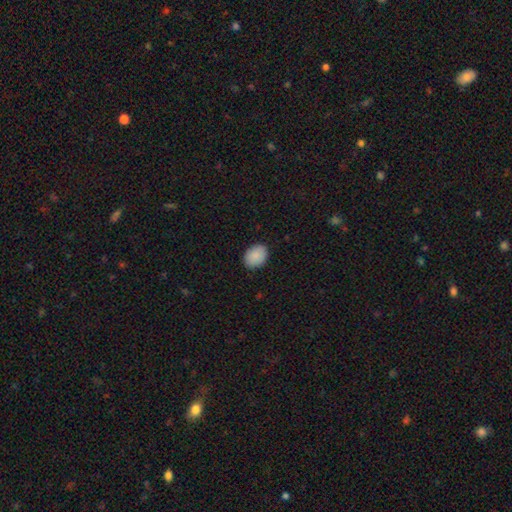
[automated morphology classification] smooth_or_featured: smooth (p=0.90) [alt: star or artifact p=0.07]
how_rounded: in between (p=0.68) [alt: round p=0.32]
merging: none (p=0.88) [alt: minor disturbance p=0.09]